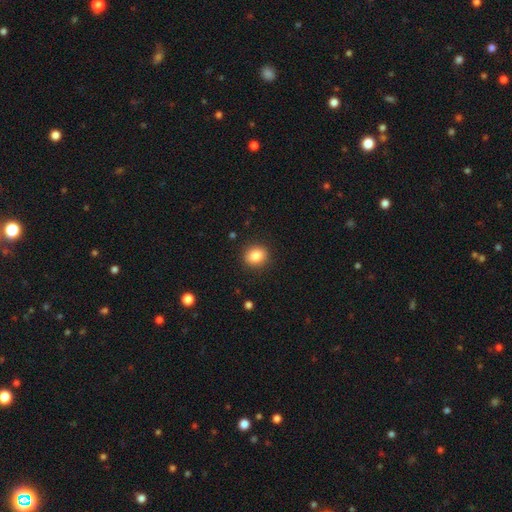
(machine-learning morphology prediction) Smooth or featured?
  - smooth: 85% *
  - star or artifact: 9%
  - featured or disk: 5%
How rounded?
  - round: 72% *
  - in between: 27%
  - cigar-shaped: 1%
Merging?
  - none: 90% *
  - minor disturbance: 7%
  - major disturbance: 2%
  - merger: 1%